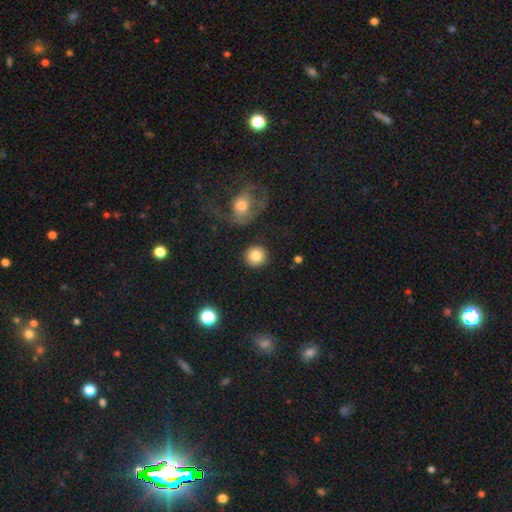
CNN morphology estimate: smooth 83%, star or artifact 9%, featured or disk 8%. Down the decision tree: how rounded — round (94%); merging — none (89%).